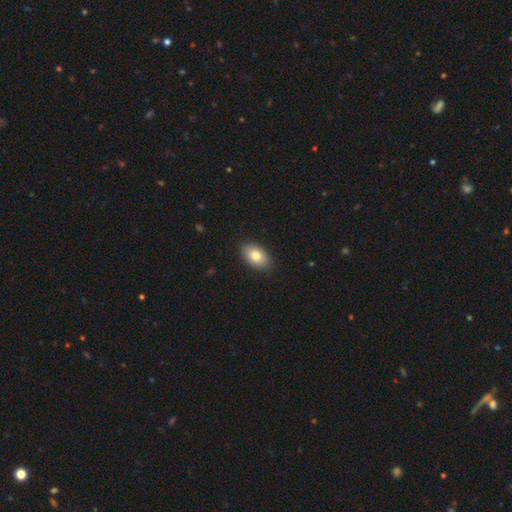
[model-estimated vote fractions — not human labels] A smooth galaxy with no disk features (80%) that is in between round and cigar-shaped (90%). Merging: none (88%).